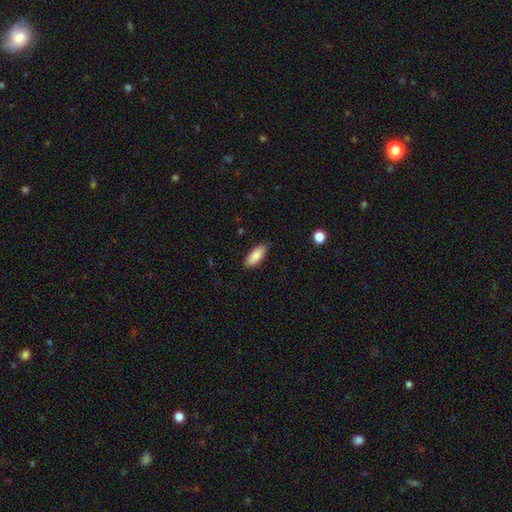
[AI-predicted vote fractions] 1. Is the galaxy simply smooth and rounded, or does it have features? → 87% smooth, 7% featured or disk, 6% star or artifact.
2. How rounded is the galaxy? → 79% in between, 19% cigar-shaped, 2% round.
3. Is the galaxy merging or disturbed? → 87% none, 10% minor disturbance, 2% major disturbance, 1% merger.